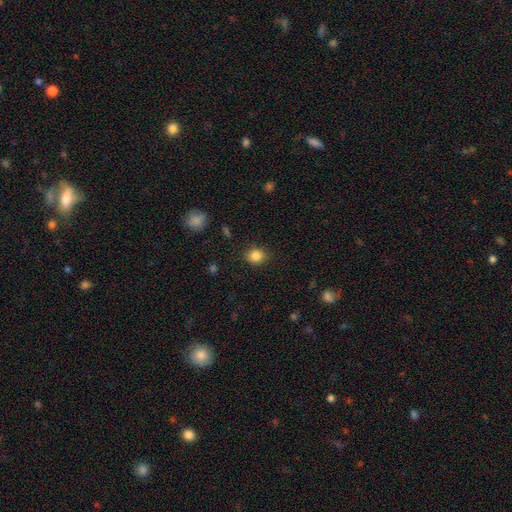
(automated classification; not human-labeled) The model was most divided on "how rounded": round: 72%, in between: 27%, cigar-shaped: 1%. More confident: merging — none (86%); smooth or featured — smooth (85%).